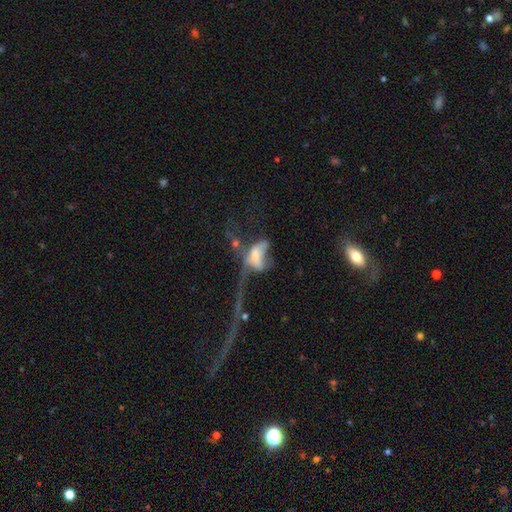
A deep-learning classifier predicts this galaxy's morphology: Smooth or featured? Predicted: featured or disk (p=0.46). Merging? Predicted: major disturbance (p=0.50).